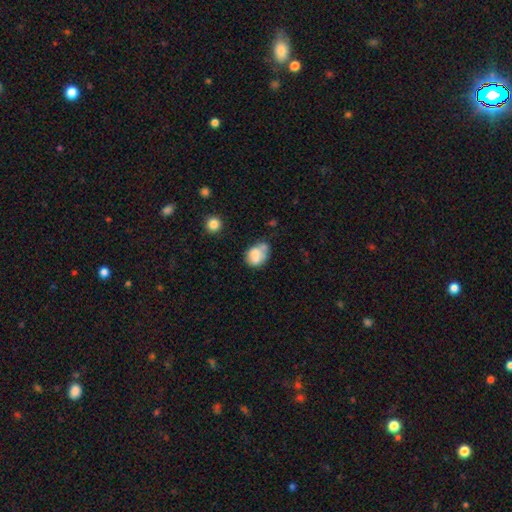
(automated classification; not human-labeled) A smooth galaxy with no disk features (71%) that is in between round and cigar-shaped (61%). Merging: none (38%).